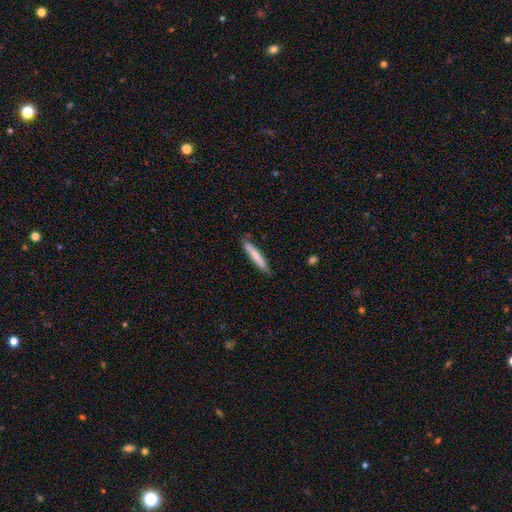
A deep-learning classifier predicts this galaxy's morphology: Smooth or featured? smooth (72%)
How rounded? cigar-shaped (93%)
Merging? none (81%)